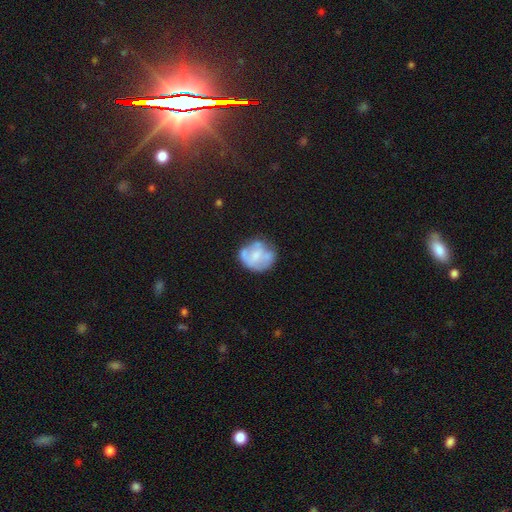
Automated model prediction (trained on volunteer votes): Smooth or featured? Predicted: smooth (p=0.47). Merging? Predicted: none (p=0.49).